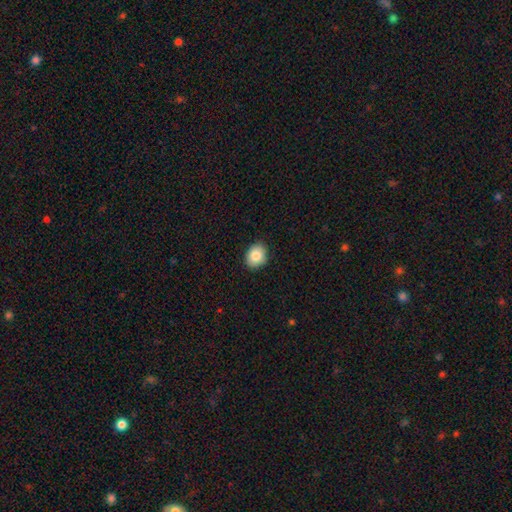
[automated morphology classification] smooth 85%, star or artifact 8%, featured or disk 7%. Down the decision tree: how rounded — in between (55%); merging — none (88%).